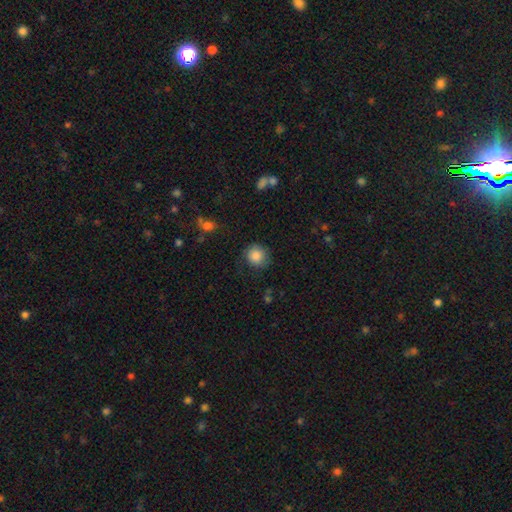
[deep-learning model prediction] This appears to be a smooth galaxy with no disk features (87%) that is round (89%). Merging: none (81%).